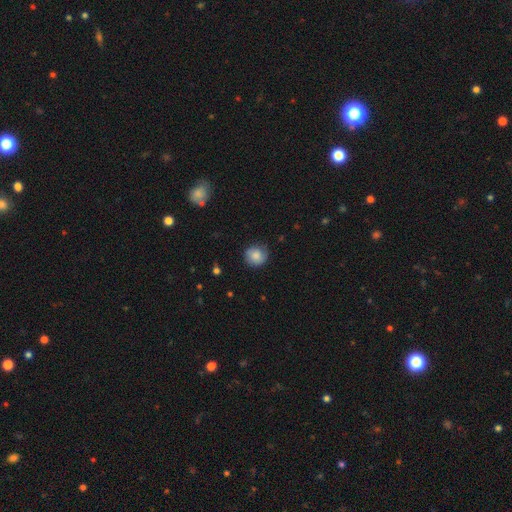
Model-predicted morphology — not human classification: Overall: smooth (79%). How rounded: round (89%). Merging: none (79%).